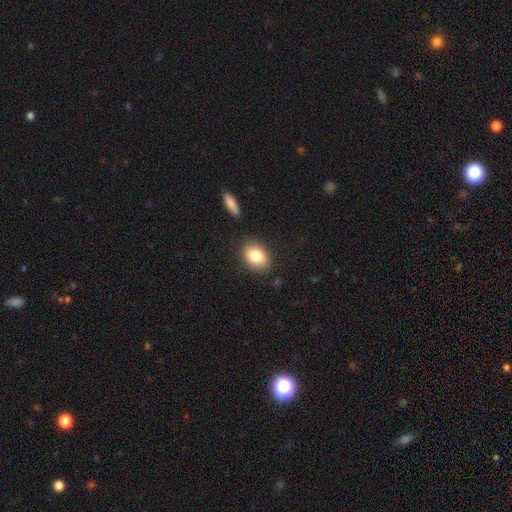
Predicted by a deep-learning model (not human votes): Smooth or featured? Predicted: smooth (p=0.81). How rounded? Predicted: in between (p=0.75). Merging? Predicted: none (p=0.84).